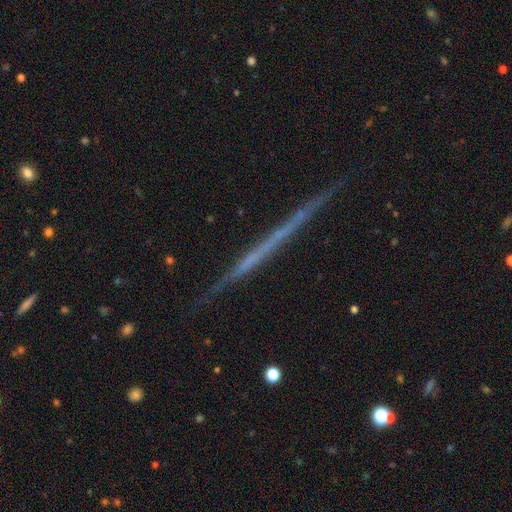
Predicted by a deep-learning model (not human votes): featured or disk 67%, smooth 25%, star or artifact 8%. Down the decision tree: edge-on disk — yes (98%); edge-on bulge — none (93%); merging — none (90%).